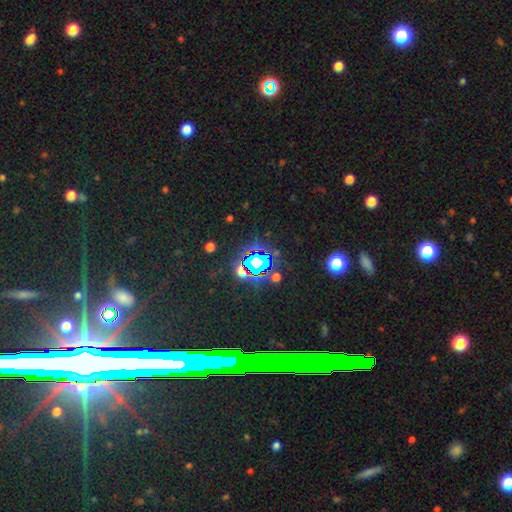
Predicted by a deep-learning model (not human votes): Smooth or featured: star or artifact — 74% (smooth — 16%)